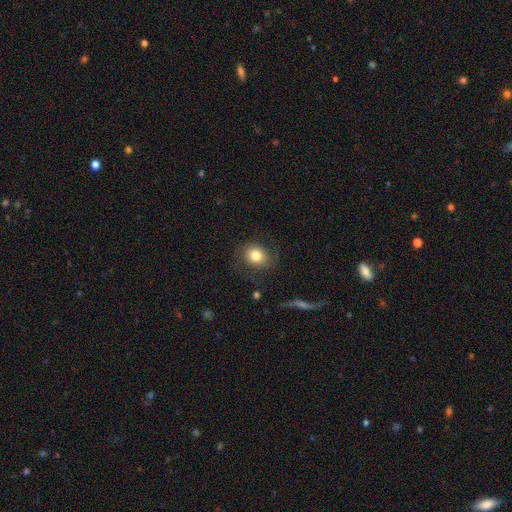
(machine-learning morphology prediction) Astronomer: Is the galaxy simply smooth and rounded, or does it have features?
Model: smooth — 75%.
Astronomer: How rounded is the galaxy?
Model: round — 70%.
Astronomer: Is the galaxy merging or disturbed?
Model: none — 72%.